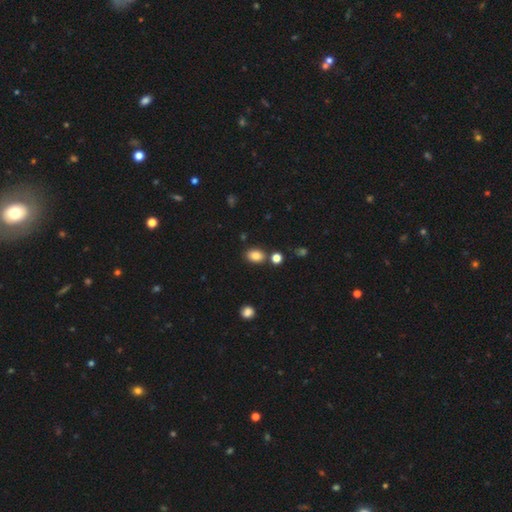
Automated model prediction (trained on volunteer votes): Morphology: type=smooth (84%); roundness=in between (74%); merging=none (78%).